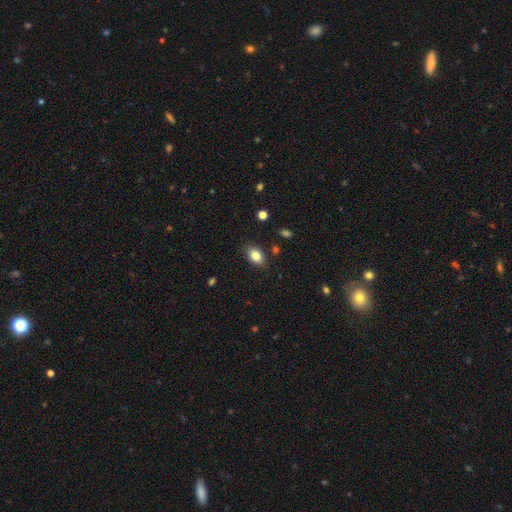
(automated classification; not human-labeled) smooth-or-featured: smooth: 82% | featured or disk: 9% | star or artifact: 9%
  how-rounded: in between: 82% | round: 16% | cigar-shaped: 2%
  merging: none: 84% | minor disturbance: 12% | major disturbance: 3% | merger: 2%